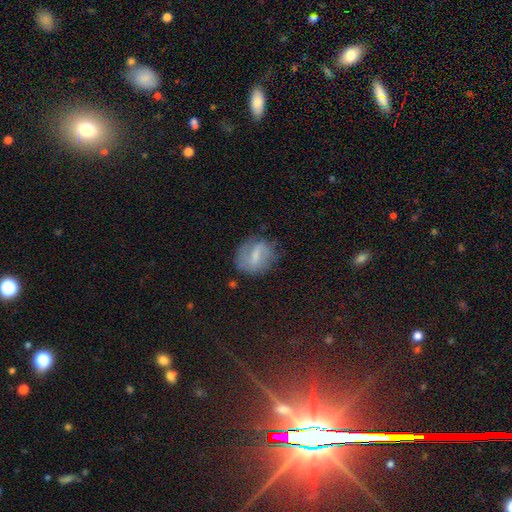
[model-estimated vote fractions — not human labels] A featured or disk galaxy (51%).

Vote fractions:
- Smooth or featured? featured or disk: 51% / smooth: 39% / star or artifact: 10%
- Edge-on disk? no: 96% / yes: 4%
- Merging? none: 66% / minor disturbance: 23% / major disturbance: 10% / merger: 2%